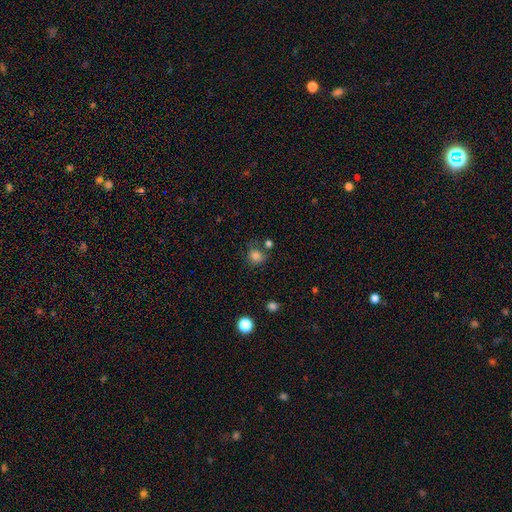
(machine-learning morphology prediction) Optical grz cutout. It shows a smooth galaxy with no disk features (80%) that is round (76%). Merging: none (58%).